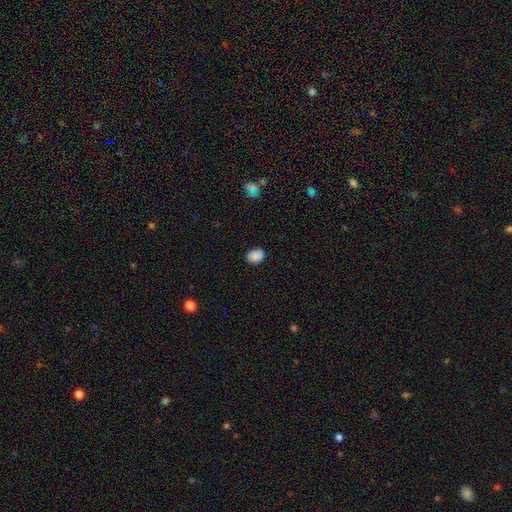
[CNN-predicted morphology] type=smooth (87%); roundness=in between (65%); merging=none (84%).